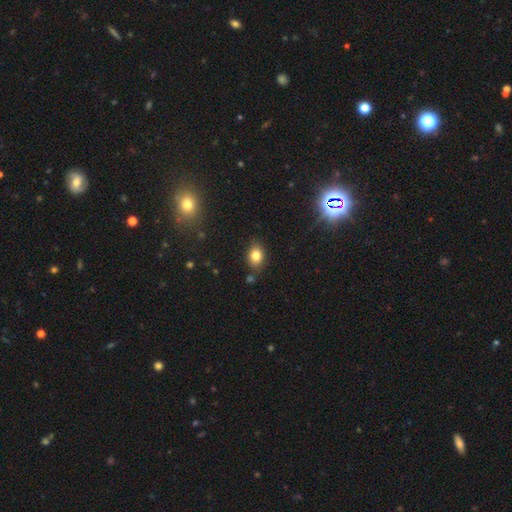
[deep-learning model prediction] A smooth galaxy with no disk features (80%) that is in between round and cigar-shaped (68%). Merging: none (80%).